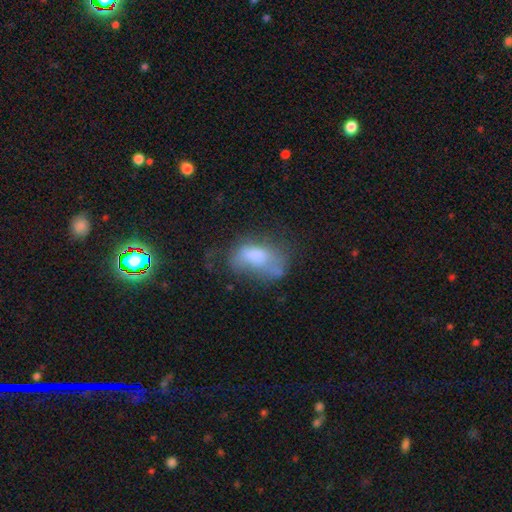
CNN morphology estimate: smooth 58%, featured or disk 30%, star or artifact 12%. Down the decision tree: how rounded — in between (88%); merging — major disturbance (33%).